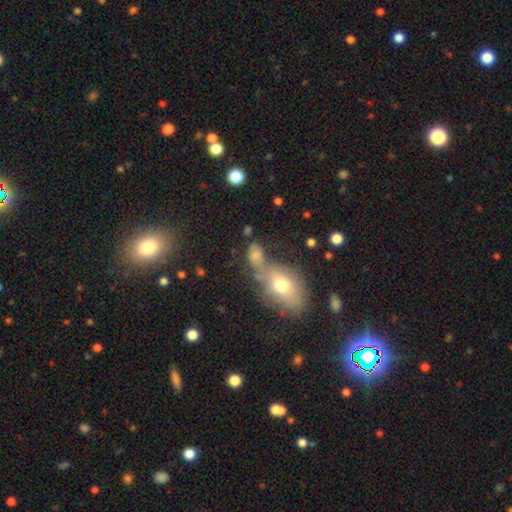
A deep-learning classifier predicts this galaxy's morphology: smooth 63%, featured or disk 20%, star or artifact 18%. Down the decision tree: how rounded — in between (78%); merging — merger (44%).